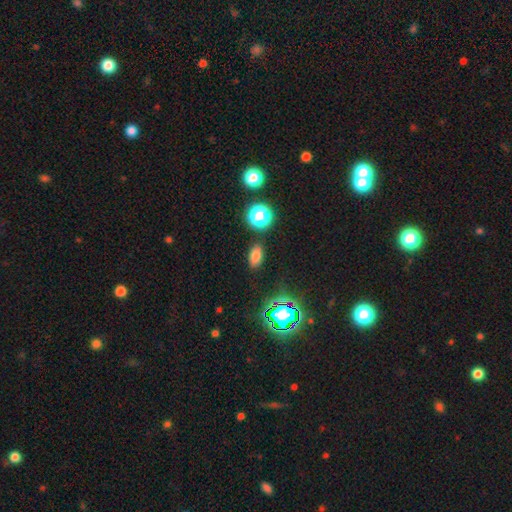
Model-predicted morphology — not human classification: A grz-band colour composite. It shows a smooth galaxy with no disk features (74%) that is in between round and cigar-shaped (86%). Merging: none (86%).